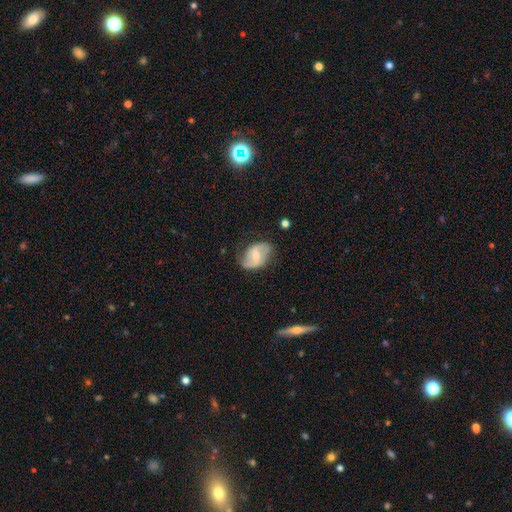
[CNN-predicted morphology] The model was most divided on "bulge size": small: 50%, moderate: 44%, none: 3%, large: 2%, dominant: 1%. Remaining: edge-on disk — no (96%); spiral arm count — 2 (85%); spiral arms — yes (84%); merging — none (67%); smooth or featured — featured or disk (67%); bar — weak (48%); spiral winding — loose (46%).